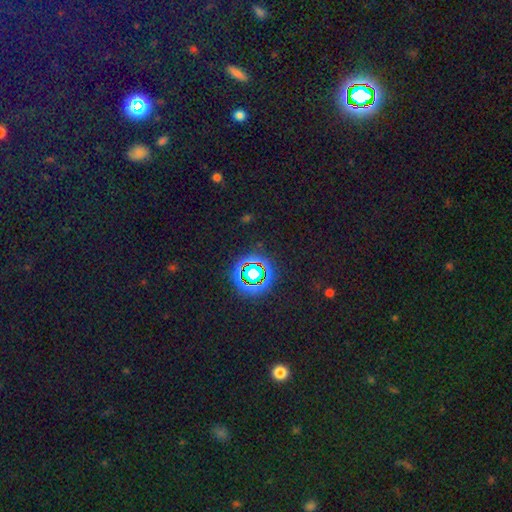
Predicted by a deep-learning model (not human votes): Smooth or featured: star or artifact — 73% (smooth — 20%)